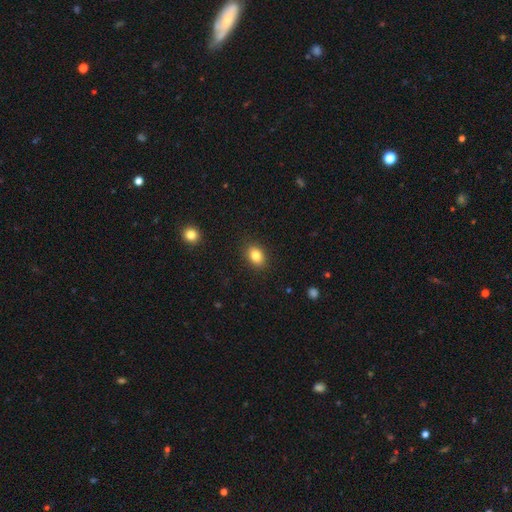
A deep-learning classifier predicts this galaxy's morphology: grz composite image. It shows a smooth galaxy with no disk features (84%) that is in between round and cigar-shaped (74%). Merging: none (88%).